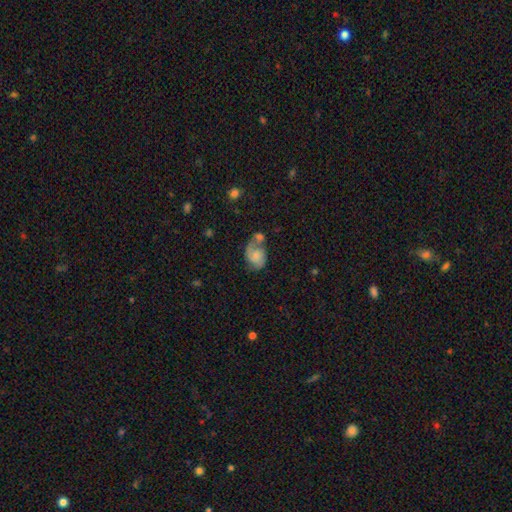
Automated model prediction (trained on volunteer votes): The model was most divided on "merging": merger: 32%, none: 30%, minor disturbance: 20%, major disturbance: 18%. More confident: edge-on disk — no (97%); smooth or featured — featured or disk (50%).